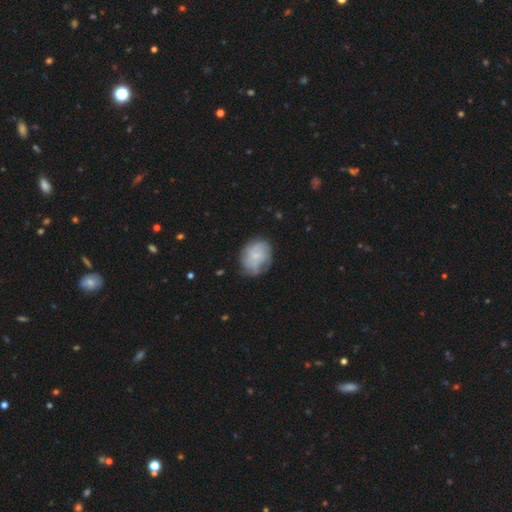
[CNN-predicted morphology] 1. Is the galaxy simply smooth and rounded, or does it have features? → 55% smooth, 37% featured or disk, 8% star or artifact.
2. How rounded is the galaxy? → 57% round, 42% in between, 1% cigar-shaped.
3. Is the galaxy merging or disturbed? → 61% none, 26% minor disturbance, 11% major disturbance, 2% merger.